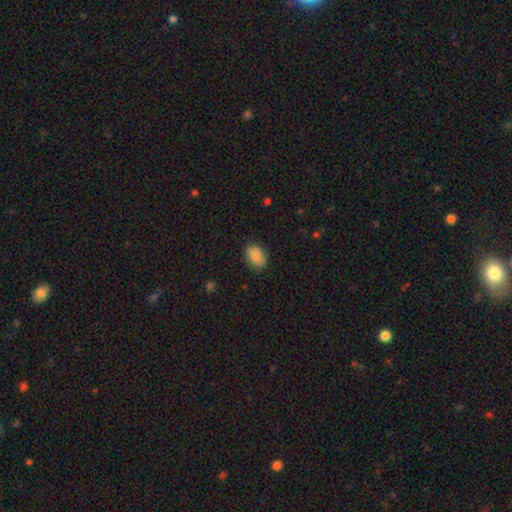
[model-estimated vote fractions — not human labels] smooth_or_featured: smooth (p=0.83) [alt: featured or disk p=0.09]
how_rounded: in between (p=0.81) [alt: round p=0.18]
merging: none (p=0.82) [alt: minor disturbance p=0.13]